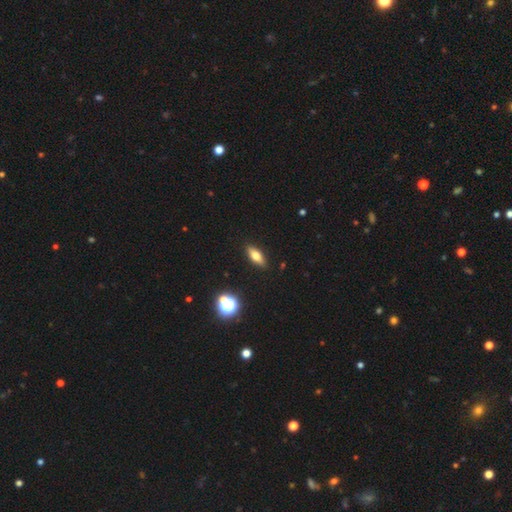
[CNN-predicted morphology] This is likely a smooth galaxy (63%). How rounded: likely in between (66%). Merging: clearly none (89%).